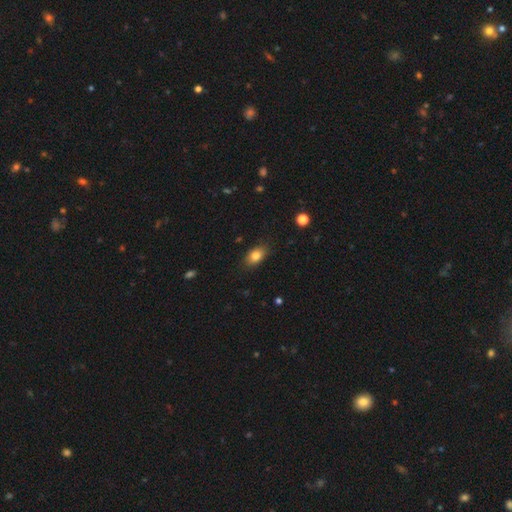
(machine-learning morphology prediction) type=smooth (82%); roundness=in between (85%); merging=none (84%).